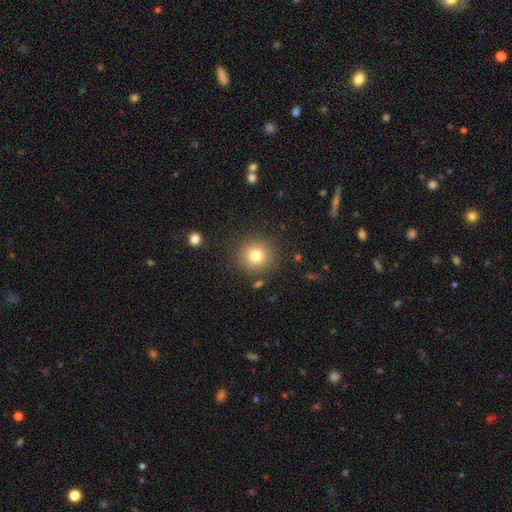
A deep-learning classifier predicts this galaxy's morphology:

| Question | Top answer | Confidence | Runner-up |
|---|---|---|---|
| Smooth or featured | smooth | 78% | star or artifact (12%) |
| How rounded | round | 93% | in between (6%) |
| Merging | none | 87% | minor disturbance (8%) |